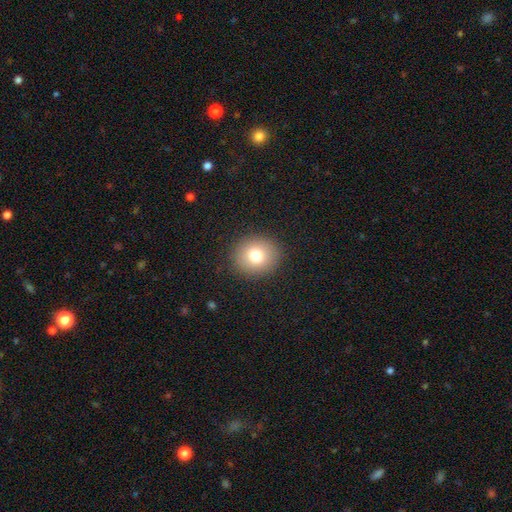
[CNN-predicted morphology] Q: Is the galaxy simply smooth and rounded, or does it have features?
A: smooth — 77%.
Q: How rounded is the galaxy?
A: round — 85%.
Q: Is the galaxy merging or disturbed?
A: none — 90%.